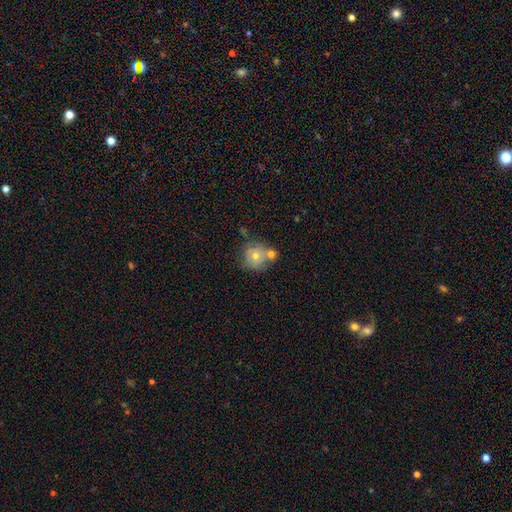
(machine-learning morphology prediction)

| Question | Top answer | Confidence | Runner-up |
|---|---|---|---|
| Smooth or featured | smooth | 65% | featured or disk (25%) |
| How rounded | round | 88% | in between (11%) |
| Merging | none | 51% | merger (31%) |